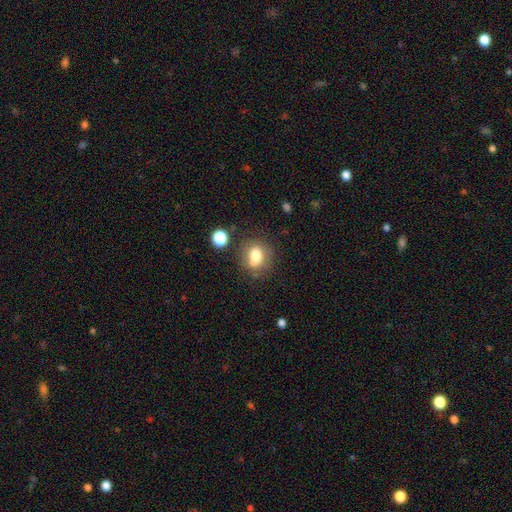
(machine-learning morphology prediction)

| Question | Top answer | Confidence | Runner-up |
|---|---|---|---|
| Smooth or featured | smooth | 75% | featured or disk (15%) |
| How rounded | round | 50% | in between (49%) |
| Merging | none | 67% | minor disturbance (19%) |